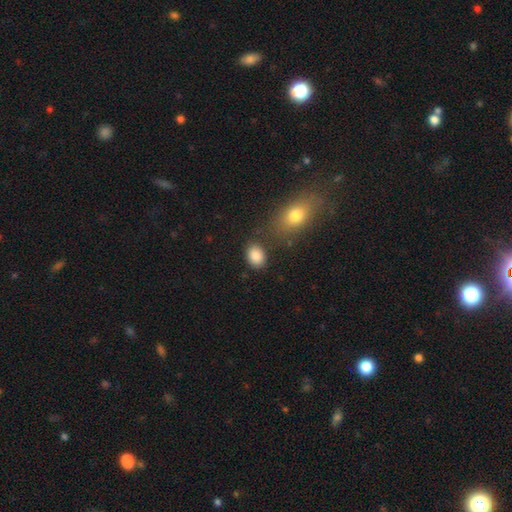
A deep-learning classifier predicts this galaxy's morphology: smooth_or_featured: smooth (p=0.87) [alt: star or artifact p=0.08]
how_rounded: in between (p=0.71) [alt: round p=0.28]
merging: none (p=0.78) [alt: minor disturbance p=0.12]